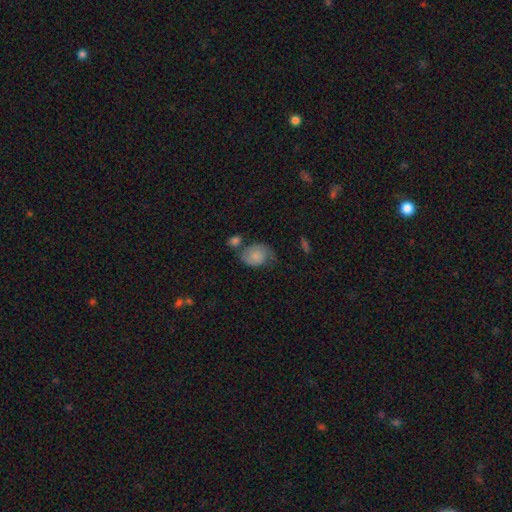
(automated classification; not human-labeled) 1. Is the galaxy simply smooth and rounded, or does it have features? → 66% smooth, 25% featured or disk, 9% star or artifact.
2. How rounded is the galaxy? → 55% in between, 44% round, 1% cigar-shaped.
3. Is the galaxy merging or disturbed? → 43% none, 29% minor disturbance, 15% merger, 14% major disturbance.